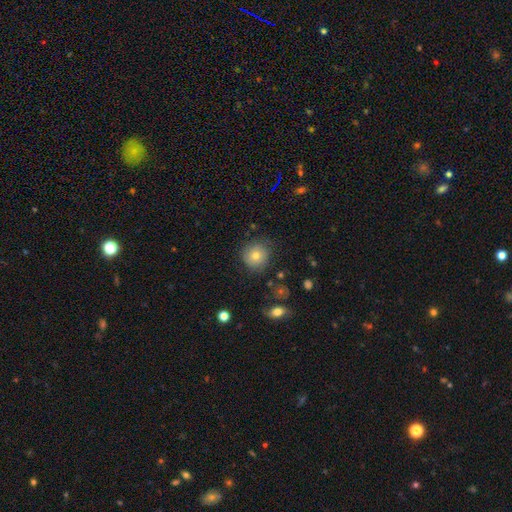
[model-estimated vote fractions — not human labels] smooth-or-featured: smooth: 69% | featured or disk: 17% | star or artifact: 14%
  how-rounded: round: 91% | in between: 8% | cigar-shaped: 1%
  merging: none: 78% | minor disturbance: 15% | major disturbance: 5% | merger: 2%